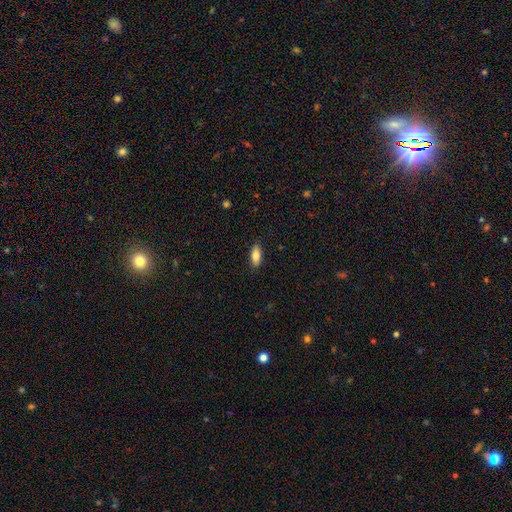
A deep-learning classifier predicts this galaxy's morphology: Smooth or featured?
  - smooth: 83% *
  - featured or disk: 11%
  - star or artifact: 7%
How rounded?
  - in between: 83% *
  - cigar-shaped: 15%
  - round: 2%
Merging?
  - none: 88% *
  - minor disturbance: 9%
  - major disturbance: 2%
  - merger: 1%